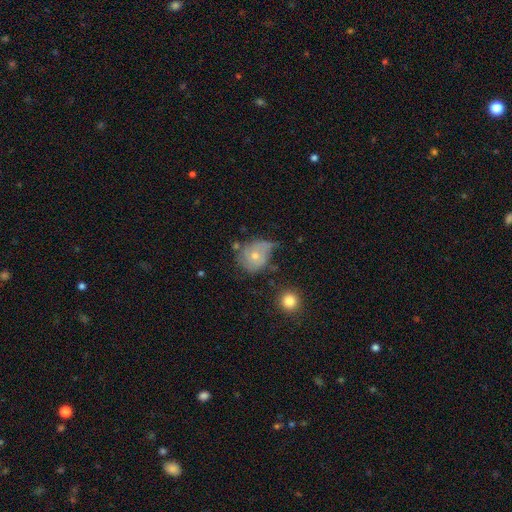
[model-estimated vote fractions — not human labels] A featured or disk galaxy (46%). Merging: minor disturbance (35%).